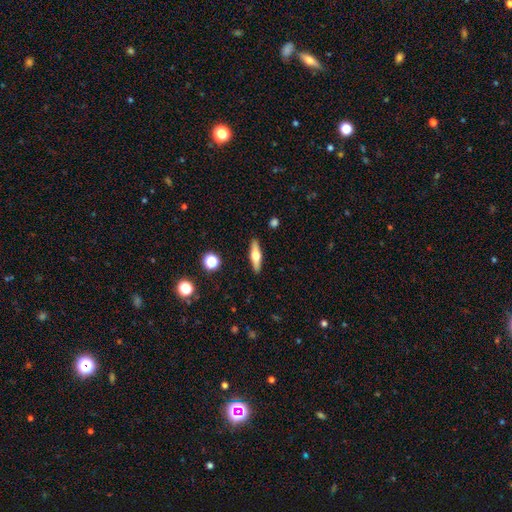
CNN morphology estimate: Q: Smooth or featured?
A: featured or disk (48%); runner-up: smooth (46%)
Q: Merging?
A: none (90%); runner-up: minor disturbance (7%)